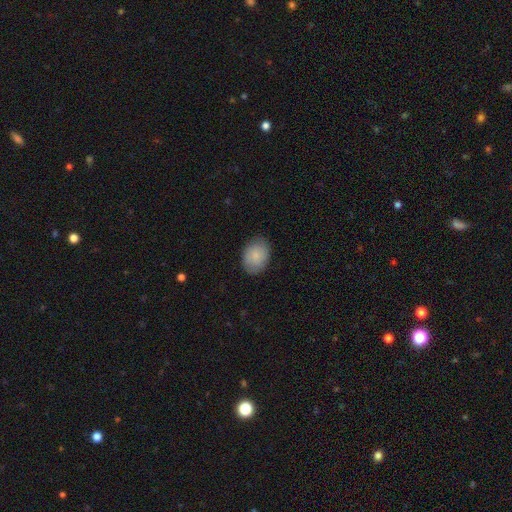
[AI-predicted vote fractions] smooth-or-featured: smooth: 83% | featured or disk: 10% | star or artifact: 7%
  how-rounded: in between: 66% | round: 33% | cigar-shaped: 1%
  merging: none: 81% | minor disturbance: 15% | major disturbance: 3% | merger: 1%